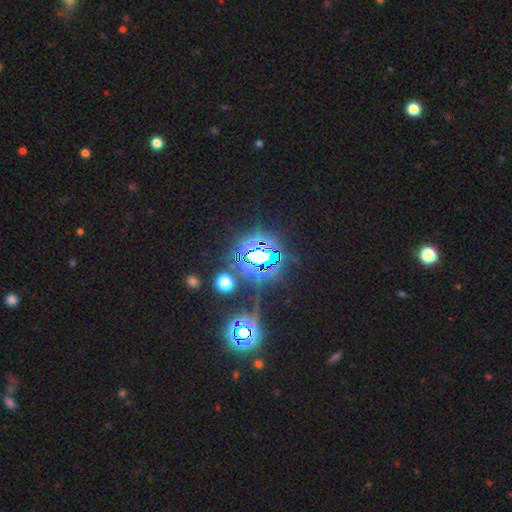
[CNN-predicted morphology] Smooth or featured?
  - star or artifact: 80% *
  - smooth: 11%
  - featured or disk: 9%